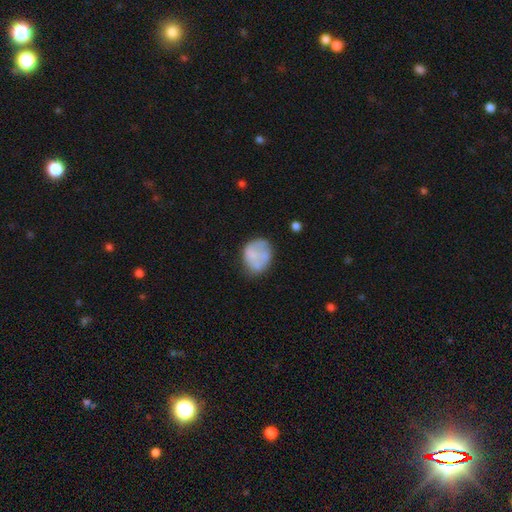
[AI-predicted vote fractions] smooth_or_featured: smooth (p=0.62) [alt: featured or disk p=0.30]
how_rounded: round (p=0.56) [alt: in between p=0.43]
merging: none (p=0.49) [alt: minor disturbance p=0.30]